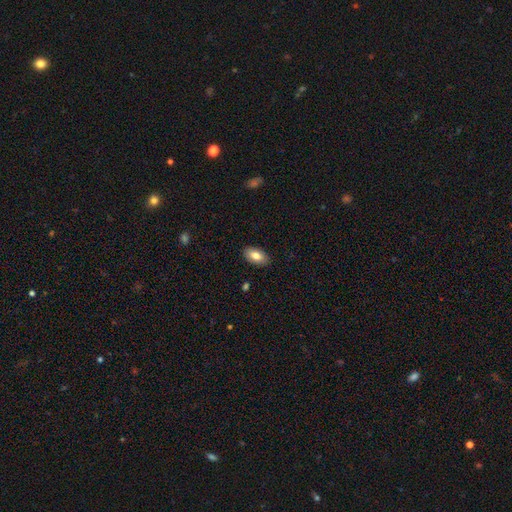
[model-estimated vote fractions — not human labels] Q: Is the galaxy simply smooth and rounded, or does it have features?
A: smooth — 81%.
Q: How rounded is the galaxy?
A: in between — 94%.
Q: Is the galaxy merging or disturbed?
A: none — 88%.